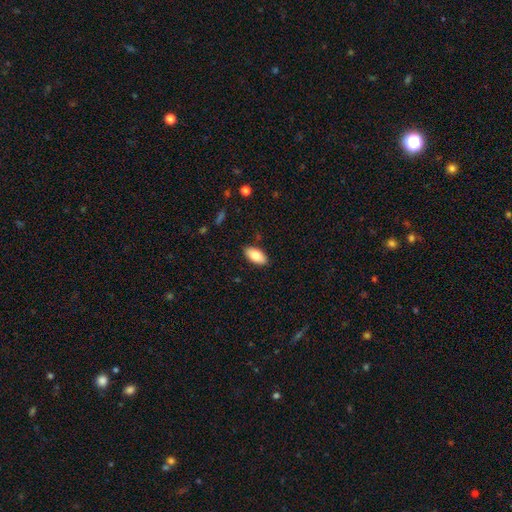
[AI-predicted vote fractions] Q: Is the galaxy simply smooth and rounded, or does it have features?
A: smooth — 83%.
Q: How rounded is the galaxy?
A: in between — 93%.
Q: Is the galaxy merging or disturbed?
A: none — 88%.